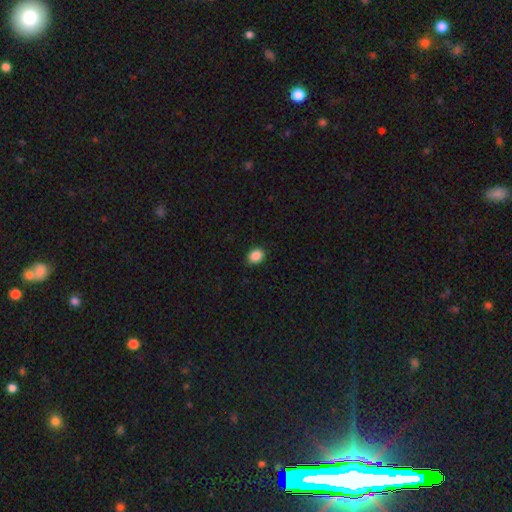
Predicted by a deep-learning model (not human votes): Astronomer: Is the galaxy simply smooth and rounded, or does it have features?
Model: smooth — 88%.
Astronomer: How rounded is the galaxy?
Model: in between — 53% (runner-up: round, 46%).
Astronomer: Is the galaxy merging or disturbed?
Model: none — 89%.